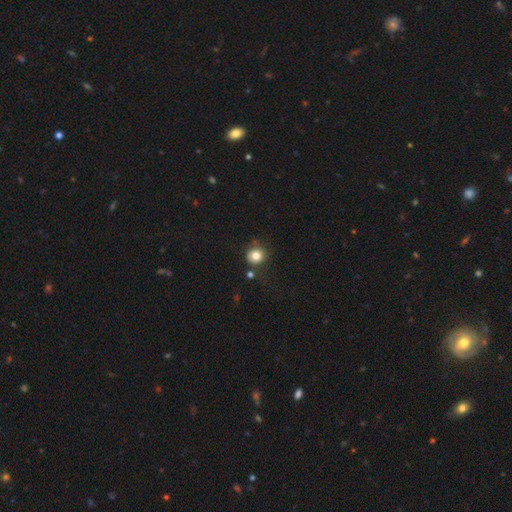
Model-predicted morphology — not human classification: A smooth galaxy with no disk features (81%) that is round (87%).

Vote fractions:
- Smooth or featured? smooth: 81% / star or artifact: 11% / featured or disk: 8%
- How rounded? round: 87% / in between: 12% / cigar-shaped: 1%
- Merging? none: 75% / minor disturbance: 15% / merger: 6% / major disturbance: 5%